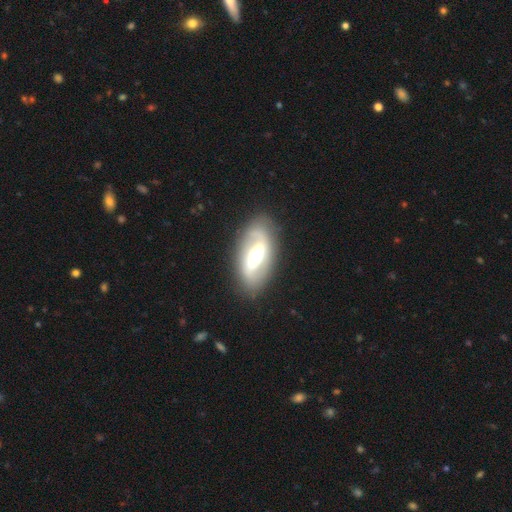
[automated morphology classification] Q: Smooth or featured?
A: featured or disk (71%); runner-up: smooth (23%)
Q: Edge-on disk?
A: no (88%); runner-up: yes (12%)
Q: Bar?
A: strong (51%); runner-up: weak (30%)
Q: Spiral arms?
A: yes (52%); runner-up: no (48%)
Q: Bulge size?
A: moderate (59%); runner-up: large (30%)
Q: Merging?
A: none (81%); runner-up: minor disturbance (12%)